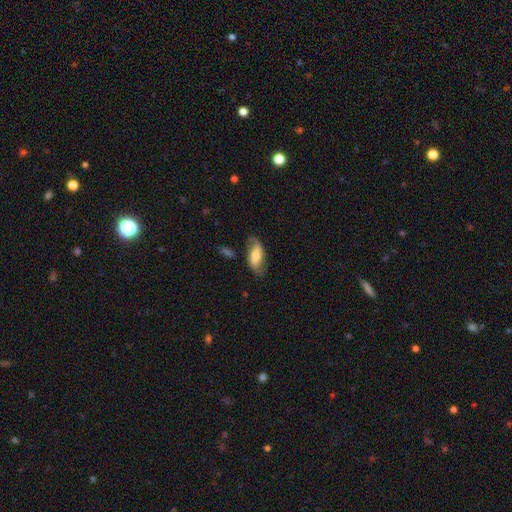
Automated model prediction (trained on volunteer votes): The model was most divided on "bar": no: 38%, weak: 34%, strong: 28%. Remaining: edge-on disk — no (91%); spiral arms — yes (87%); merging — none (64%); smooth or featured — featured or disk (58%); bulge size — moderate (47%).